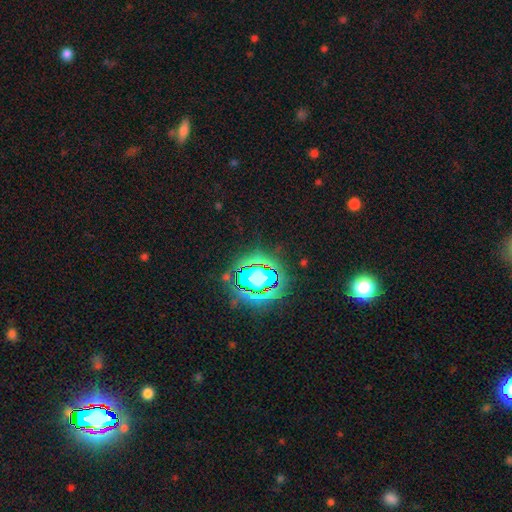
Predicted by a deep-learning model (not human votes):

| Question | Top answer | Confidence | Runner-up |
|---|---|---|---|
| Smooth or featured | star or artifact | 81% | smooth (11%) |